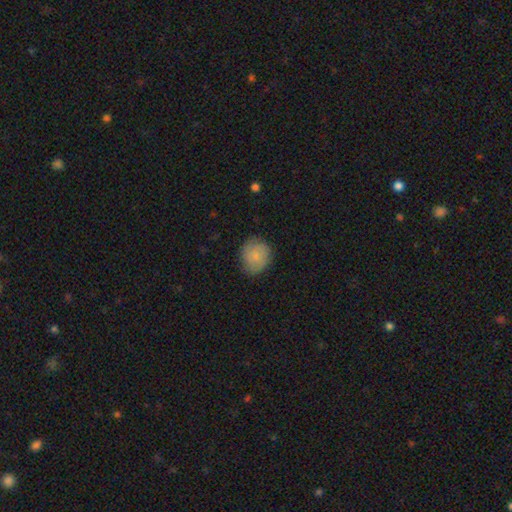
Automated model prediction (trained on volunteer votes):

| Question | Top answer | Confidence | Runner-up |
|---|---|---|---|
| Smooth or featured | smooth | 74% | featured or disk (18%) |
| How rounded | round | 78% | in between (21%) |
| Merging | none | 79% | minor disturbance (16%) |